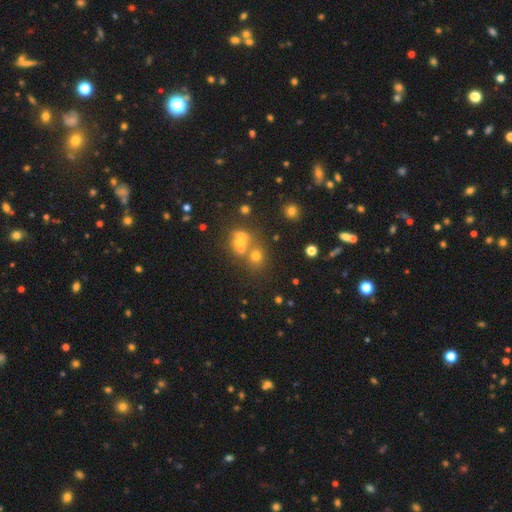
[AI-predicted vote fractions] Smooth or featured? smooth (61%)
How rounded? round (75%)
Merging? none (50%)